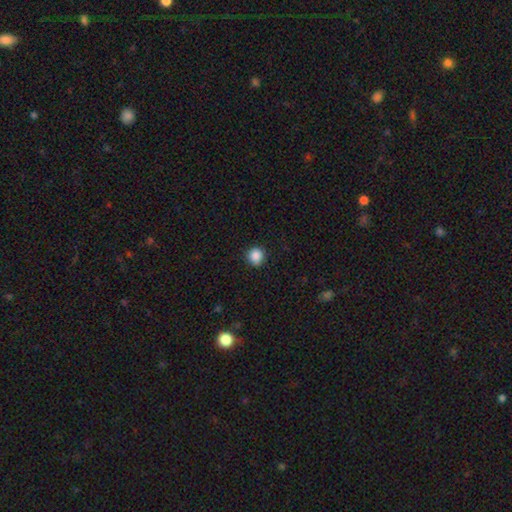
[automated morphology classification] type=smooth (87%); roundness=round (90%); merging=none (89%).